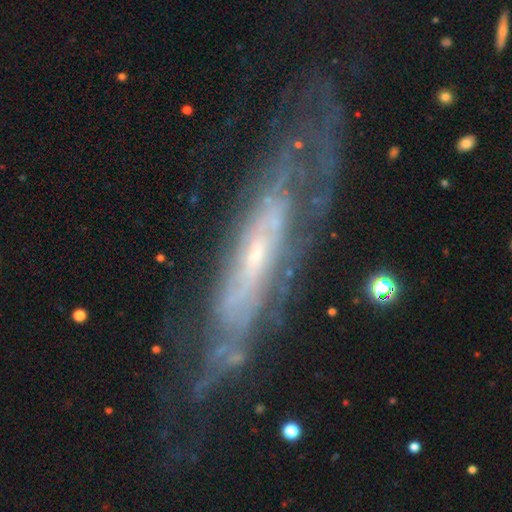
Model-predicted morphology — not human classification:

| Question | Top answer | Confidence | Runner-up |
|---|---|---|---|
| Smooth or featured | featured or disk | 81% | smooth (12%) |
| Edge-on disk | no | 67% | yes (33%) |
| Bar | no | 62% | weak (26%) |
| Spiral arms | yes | 84% | no (16%) |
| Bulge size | small | 74% | moderate (19%) |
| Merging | none | 67% | minor disturbance (19%) |